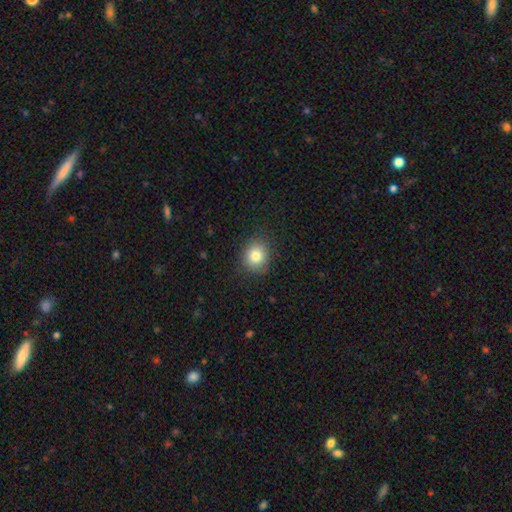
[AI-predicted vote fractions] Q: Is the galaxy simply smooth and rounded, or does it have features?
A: smooth — 81%.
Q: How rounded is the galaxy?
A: round — 78%.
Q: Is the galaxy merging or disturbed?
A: none — 86%.